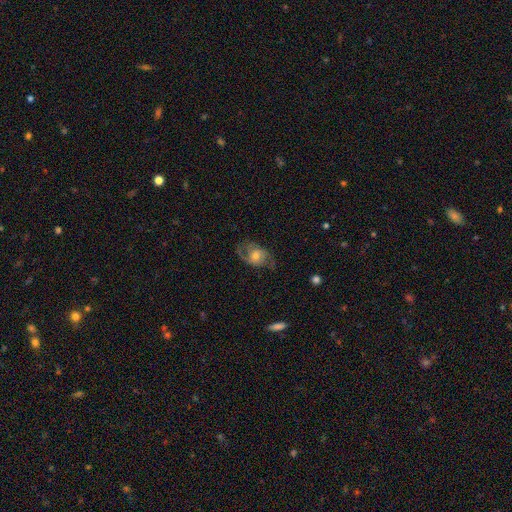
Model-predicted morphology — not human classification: smooth_or_featured: featured or disk (p=0.69) [alt: smooth p=0.23]
disk_edge_on: no (p=0.96) [alt: yes p=0.04]
bar: no (p=0.66) [alt: weak p=0.28]
has_spiral_arms: yes (p=0.87) [alt: no p=0.13]
spiral_winding: medium (p=0.46) [alt: loose p=0.37]
spiral_arm_count: 2 (p=0.83) [alt: can't tell p=0.08]
bulge_size: moderate (p=0.54) [alt: small p=0.34]
merging: none (p=0.64) [alt: minor disturbance p=0.19]